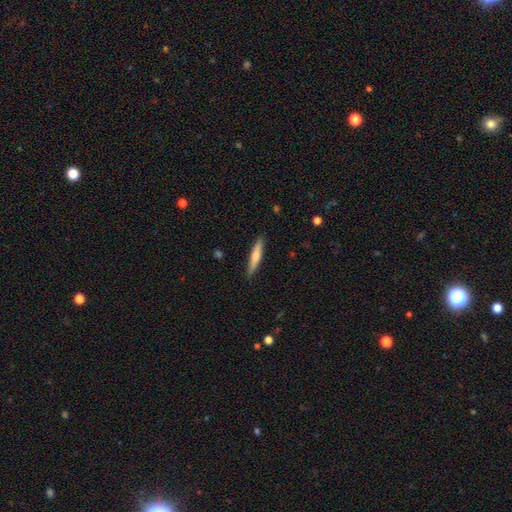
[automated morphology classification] Overall: smooth (68%). How rounded: cigar-shaped (90%). Merging: none (88%).